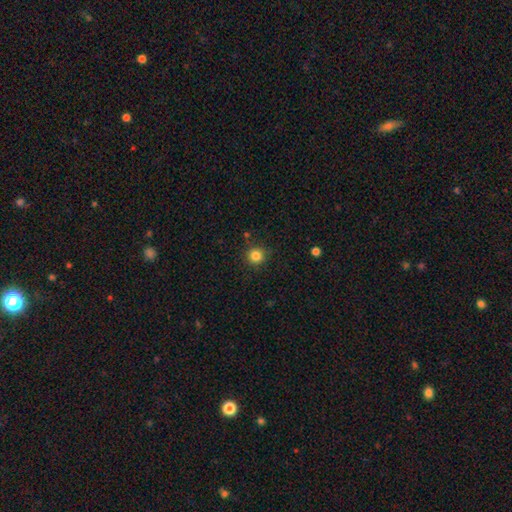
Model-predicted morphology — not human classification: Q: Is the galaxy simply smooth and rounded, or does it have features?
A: smooth — 83%.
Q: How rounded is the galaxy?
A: round — 94%.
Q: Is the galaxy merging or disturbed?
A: none — 89%.